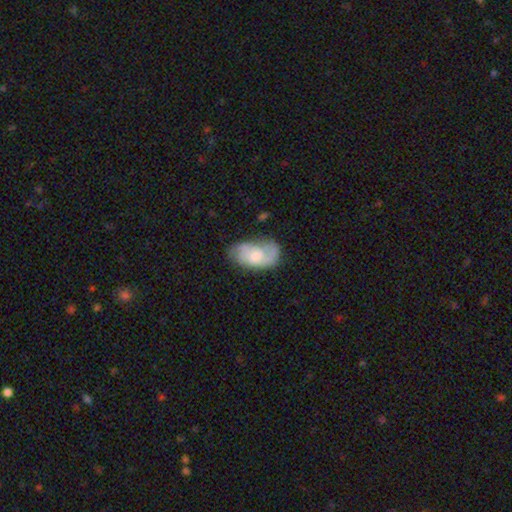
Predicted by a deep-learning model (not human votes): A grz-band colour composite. It shows a featured or disk galaxy (64%) with no bar (65%), 2 (57%) medium (46%) spiral arms (89%) and a moderate central bulge (46%). Merging: none (61%).